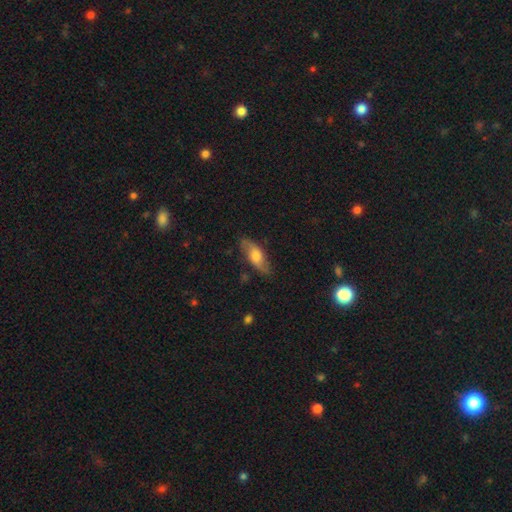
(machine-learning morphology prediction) type=smooth (48%); merging=none (76%).